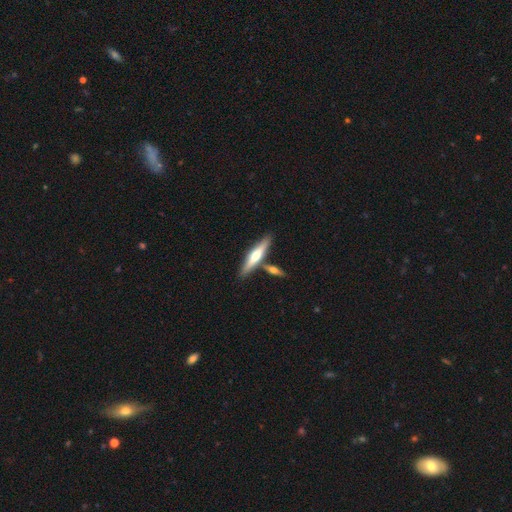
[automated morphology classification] Smooth or featured: featured or disk — 53% (smooth — 41%)
Edge-on disk: yes — 94% (no — 6%)
Edge-on bulge: rounded — 89% (none — 6%)
Merging: none — 73% (merger — 15%)